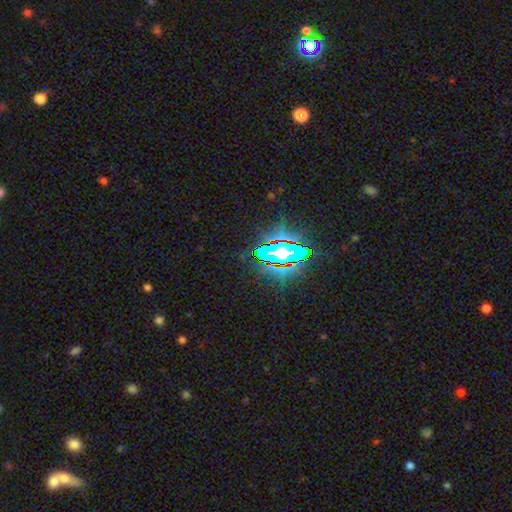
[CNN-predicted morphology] This appears to be a star or artifact, not a galaxy (73%).